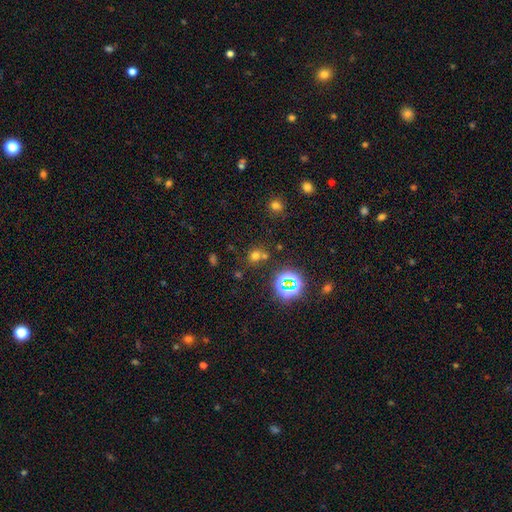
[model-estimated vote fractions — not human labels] Smooth or featured: smooth — 58% (star or artifact — 34%)
How rounded: round — 82% (in between — 17%)
Merging: none — 62% (merger — 25%)